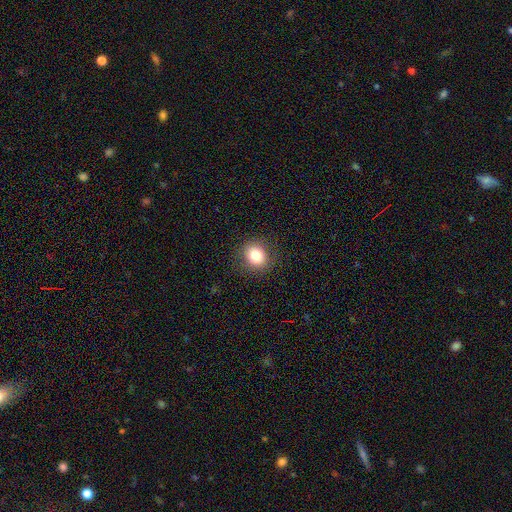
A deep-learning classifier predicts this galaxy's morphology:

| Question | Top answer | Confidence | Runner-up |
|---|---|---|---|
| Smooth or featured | smooth | 82% | star or artifact (11%) |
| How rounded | round | 72% | in between (27%) |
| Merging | none | 88% | minor disturbance (8%) |